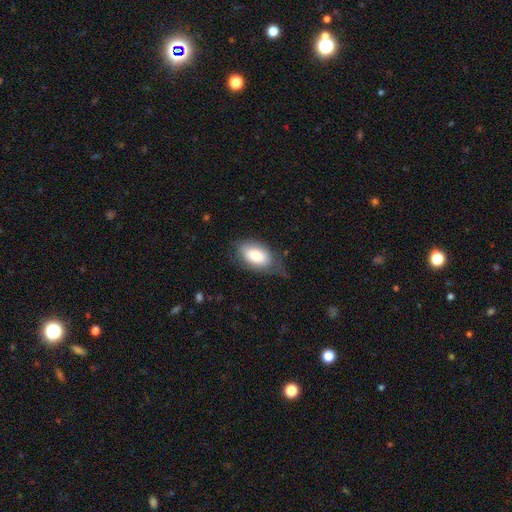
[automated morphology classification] This appears to be a smooth galaxy with no disk features (73%) that is in between round and cigar-shaped (92%). Merging: none (55%).